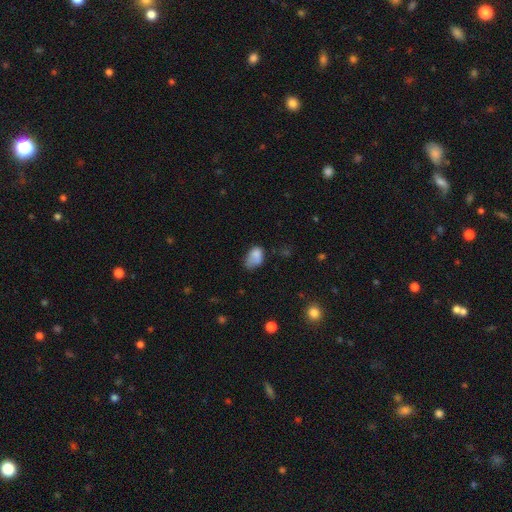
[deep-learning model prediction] The model was most divided on "merging": minor disturbance: 39%, none: 30%, major disturbance: 24%, merger: 7%. More confident: how rounded — in between (85%); smooth or featured — smooth (78%).